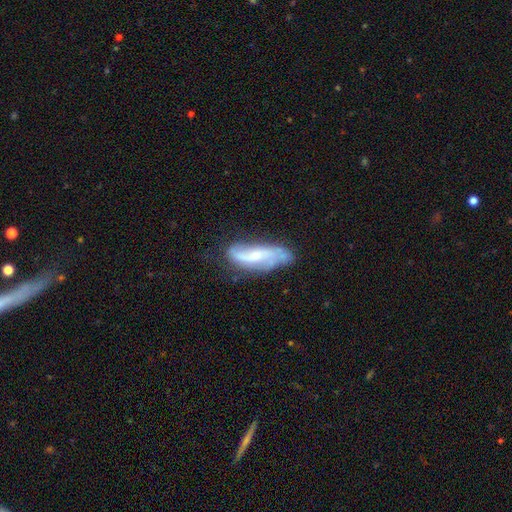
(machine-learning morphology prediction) This appears to be a featured or disk galaxy (63%) with no bar (48%), spiral arms (80%) and a small central bulge (48%). Merging: none (52%).